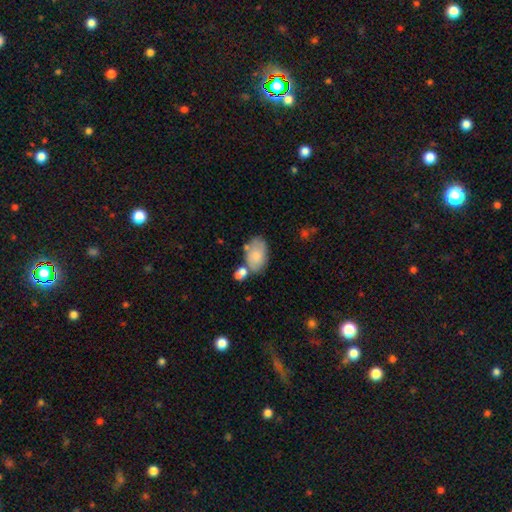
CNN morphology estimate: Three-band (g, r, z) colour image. It shows a smooth galaxy with no disk features (75%) that is in between round and cigar-shaped (92%). Merging: none (44%).